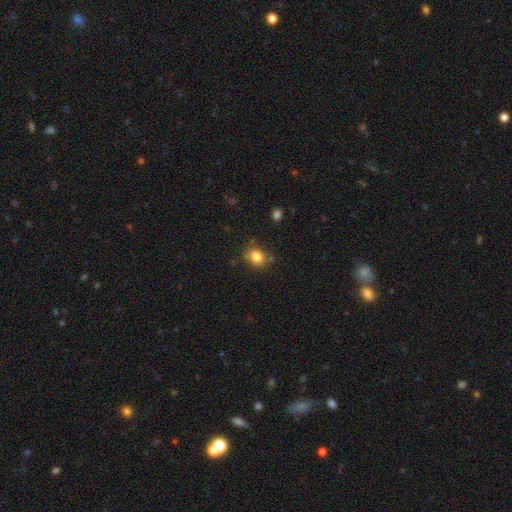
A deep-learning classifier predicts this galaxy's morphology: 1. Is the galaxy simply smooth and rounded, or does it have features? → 83% smooth, 10% star or artifact, 7% featured or disk.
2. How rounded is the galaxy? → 52% round, 47% in between, 1% cigar-shaped.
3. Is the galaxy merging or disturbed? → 76% none, 15% minor disturbance, 5% merger, 4% major disturbance.